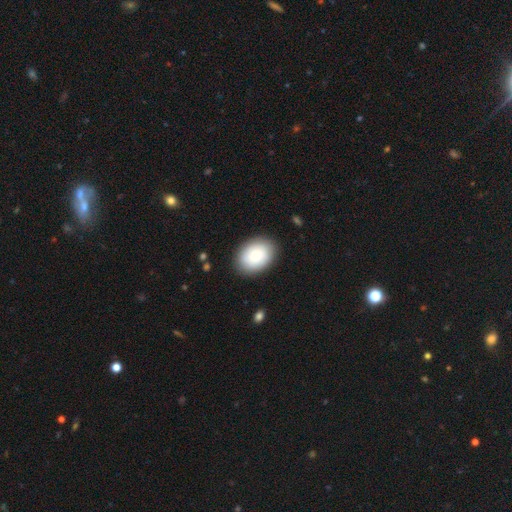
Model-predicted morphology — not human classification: Smooth or featured? smooth (84%)
How rounded? in between (73%)
Merging? none (87%)